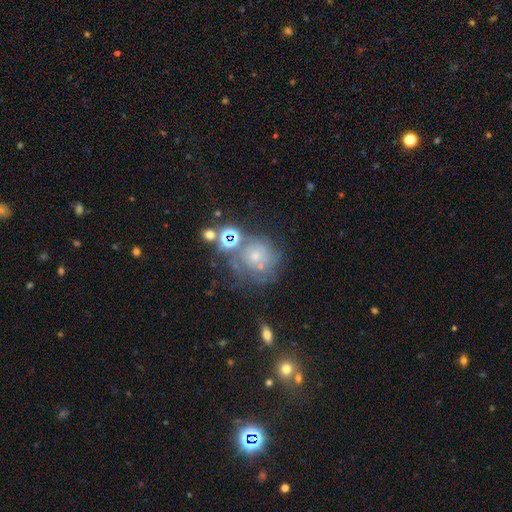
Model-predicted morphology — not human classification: A featured or disk galaxy (35%).

Vote fractions:
- Smooth or featured? featured or disk: 35% / smooth: 34% / star or artifact: 31%
- Merging? none: 53% / minor disturbance: 19% / merger: 15% / major disturbance: 14%